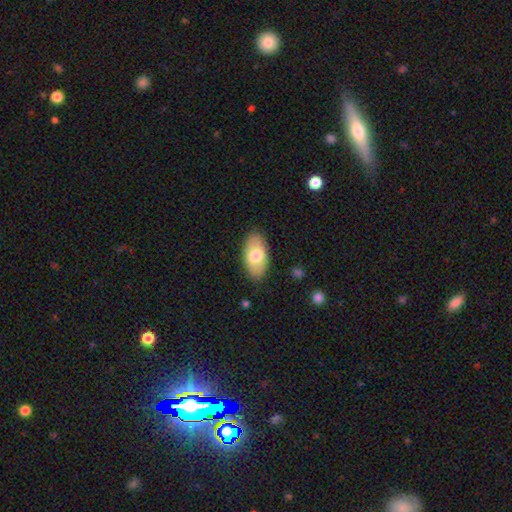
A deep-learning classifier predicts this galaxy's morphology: A smooth galaxy with no disk features (73%) that is in between round and cigar-shaped (94%). Merging: none (85%).